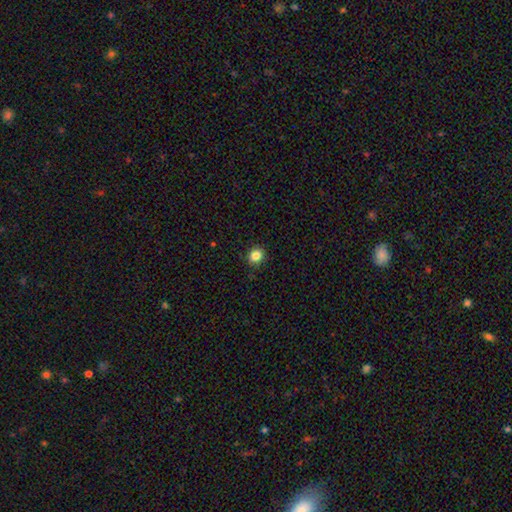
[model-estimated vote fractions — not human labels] This appears to be a smooth galaxy with no disk features (84%) that is round (75%). Merging: none (89%).